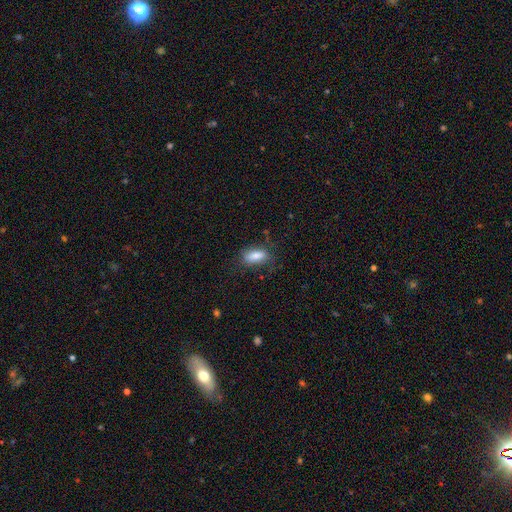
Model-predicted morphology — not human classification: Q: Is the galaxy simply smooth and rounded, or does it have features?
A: smooth — 81%.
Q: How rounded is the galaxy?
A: in between — 83%.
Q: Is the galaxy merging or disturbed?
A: none — 70%.